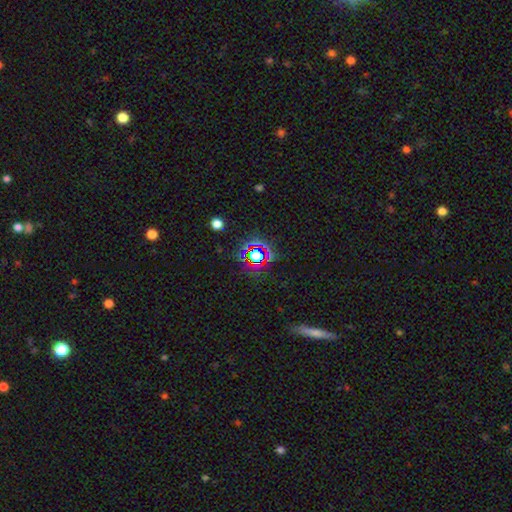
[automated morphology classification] This is likely a star or artifact rather than a galaxy (67%).